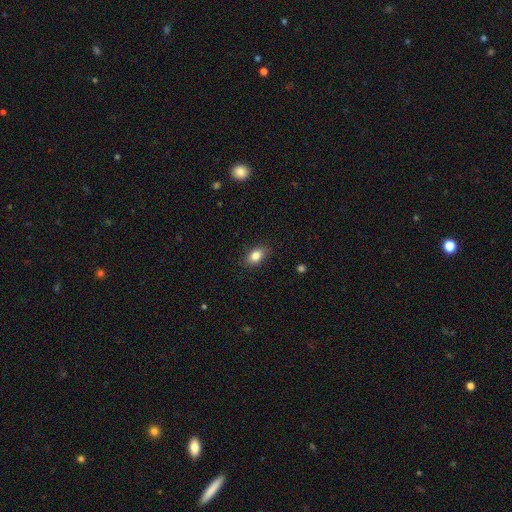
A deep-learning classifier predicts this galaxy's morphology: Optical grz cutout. It shows a smooth galaxy with no disk features (85%) that is in between round and cigar-shaped (83%). Merging: none (86%).